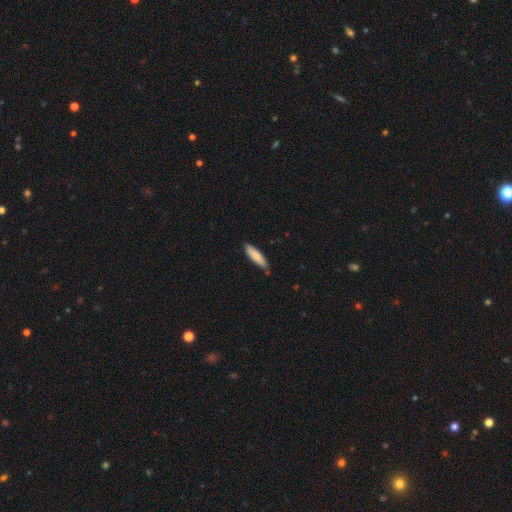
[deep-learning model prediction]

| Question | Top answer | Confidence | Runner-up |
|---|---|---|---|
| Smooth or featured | smooth | 85% | featured or disk (10%) |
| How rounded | cigar-shaped | 71% | in between (28%) |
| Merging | none | 80% | minor disturbance (16%) |